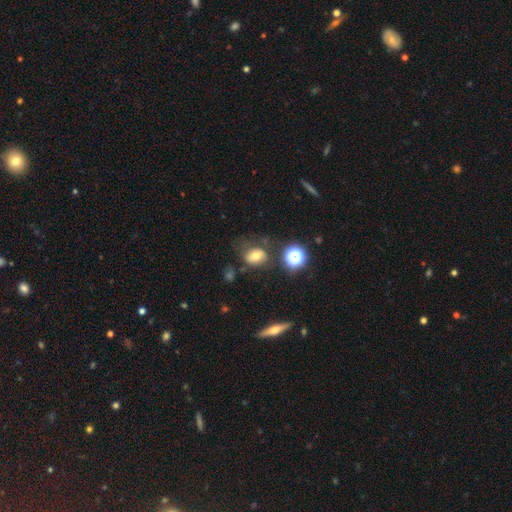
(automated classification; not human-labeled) A smooth galaxy with no disk features (64%) that is in between round and cigar-shaped (51%).

Vote fractions:
- Smooth or featured? smooth: 64% / featured or disk: 20% / star or artifact: 16%
- How rounded? in between: 51% / round: 48% / cigar-shaped: 1%
- Merging? none: 56% / minor disturbance: 23% / major disturbance: 14% / merger: 7%